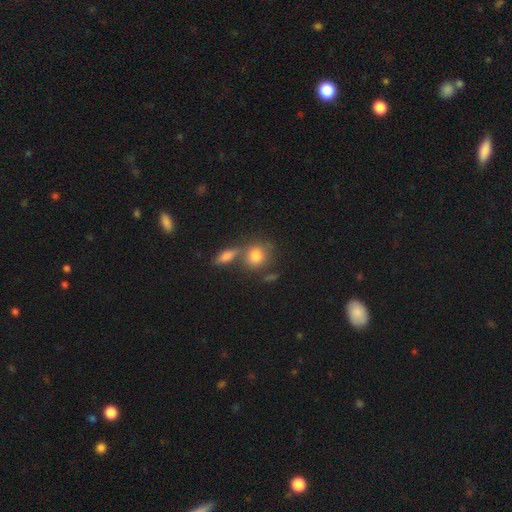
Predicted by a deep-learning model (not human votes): Q: Smooth or featured?
A: smooth (80%); runner-up: featured or disk (11%)
Q: How rounded?
A: round (65%); runner-up: in between (32%)
Q: Merging?
A: none (51%); runner-up: merger (32%)